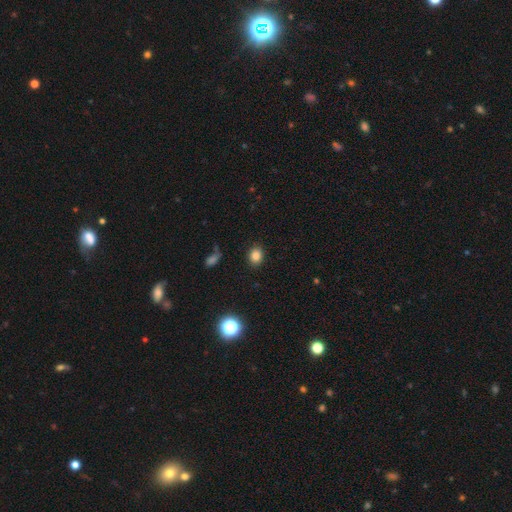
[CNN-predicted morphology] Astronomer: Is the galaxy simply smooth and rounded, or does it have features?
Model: smooth — 82%.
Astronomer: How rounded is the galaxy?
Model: round — 54% (runner-up: in between, 45%).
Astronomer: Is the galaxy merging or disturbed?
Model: none — 87%.